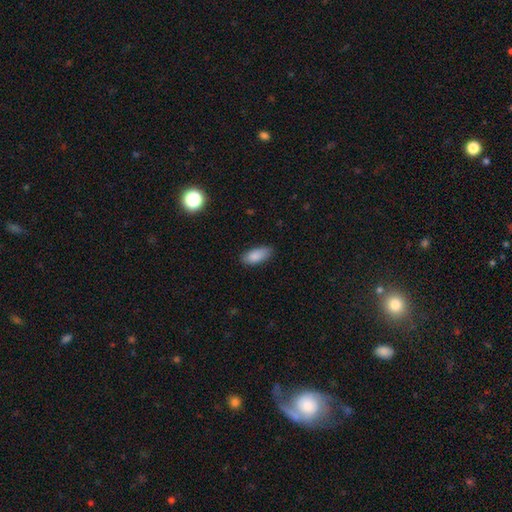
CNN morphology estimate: This is clearly a smooth galaxy (87%). How rounded: clearly in between (87%). Merging: likely none (80%).